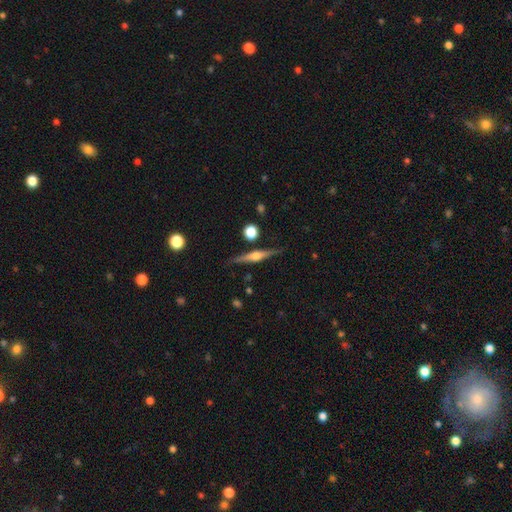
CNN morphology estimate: Smooth or featured? featured or disk (76%)
Edge-on disk? yes (97%)
Edge-on bulge? rounded (88%)
Merging? none (86%)